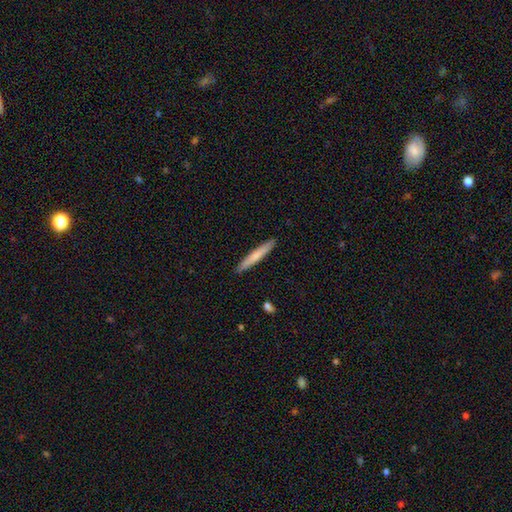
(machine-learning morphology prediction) smooth-or-featured: smooth: 69% | featured or disk: 26% | star or artifact: 5%
  how-rounded: cigar-shaped: 96% | in between: 3% | round: 1%
  merging: none: 91% | minor disturbance: 6% | major disturbance: 1% | merger: 1%